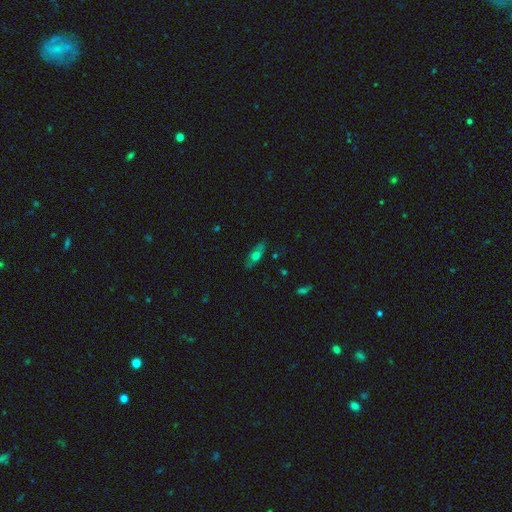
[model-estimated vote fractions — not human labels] Smooth or featured? smooth (52%)
How rounded? in between (59%)
Merging? none (79%)